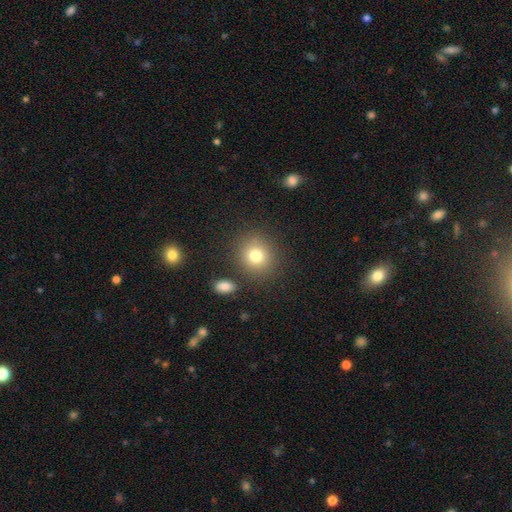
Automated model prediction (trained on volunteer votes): The model was most divided on "how rounded": round: 81%, in between: 18%, cigar-shaped: 1%. More confident: merging — none (83%); smooth or featured — smooth (78%).